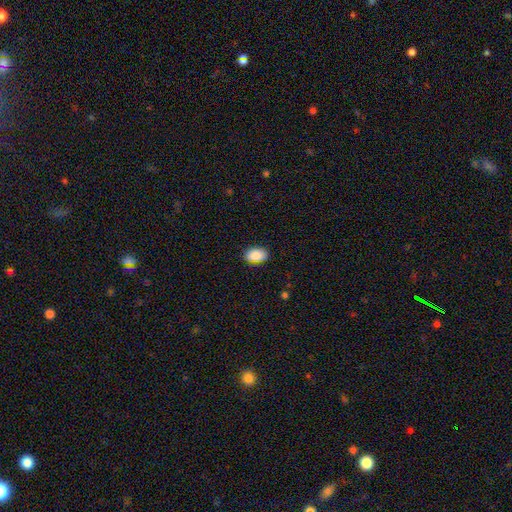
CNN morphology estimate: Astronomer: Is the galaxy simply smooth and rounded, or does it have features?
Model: smooth — 88%.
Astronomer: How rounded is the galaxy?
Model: in between — 86%.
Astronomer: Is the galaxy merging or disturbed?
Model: none — 84%.